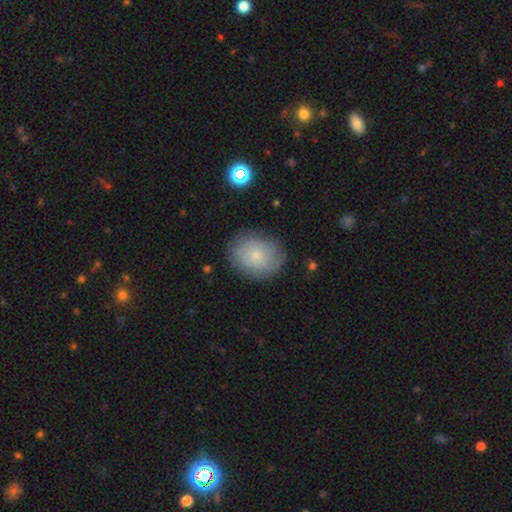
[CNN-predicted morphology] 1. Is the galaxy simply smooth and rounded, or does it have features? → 69% smooth, 23% featured or disk, 8% star or artifact.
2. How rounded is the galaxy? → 52% round, 47% in between, 1% cigar-shaped.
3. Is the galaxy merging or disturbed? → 79% none, 16% minor disturbance, 4% major disturbance, 1% merger.